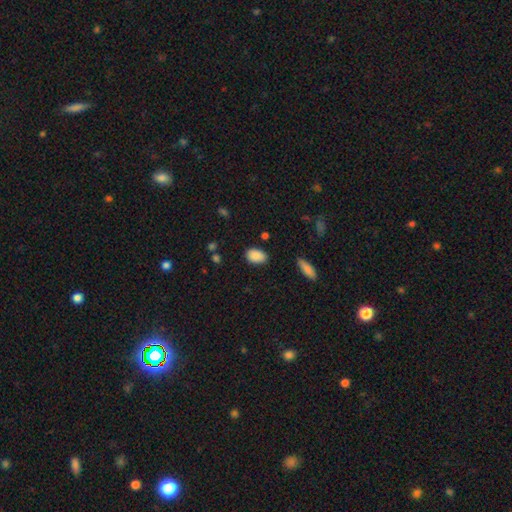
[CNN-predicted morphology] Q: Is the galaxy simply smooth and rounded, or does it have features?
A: smooth — 88%.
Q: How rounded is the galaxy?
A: in between — 87%.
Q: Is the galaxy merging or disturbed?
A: none — 82%.